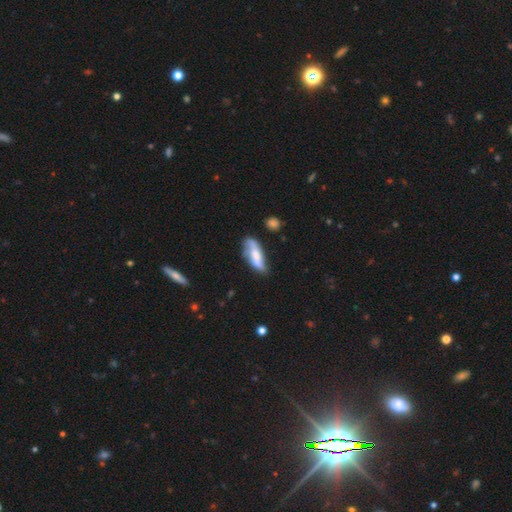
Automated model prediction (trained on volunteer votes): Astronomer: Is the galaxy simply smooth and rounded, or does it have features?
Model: smooth — 47% (runner-up: featured or disk, 46%).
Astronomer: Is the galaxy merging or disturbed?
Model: none — 53% (runner-up: minor disturbance, 30%).